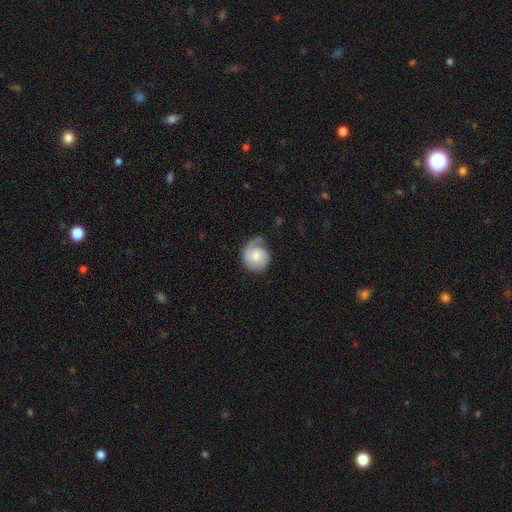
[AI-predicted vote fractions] Smooth or featured? featured or disk (62%)
Edge-on disk? no (98%)
Bar? no (68%)
Spiral arms? yes (92%)
Spiral winding? tight (48%)
Spiral arm count? 1 (61%)
Bulge size? moderate (46%)
Merging? none (53%)